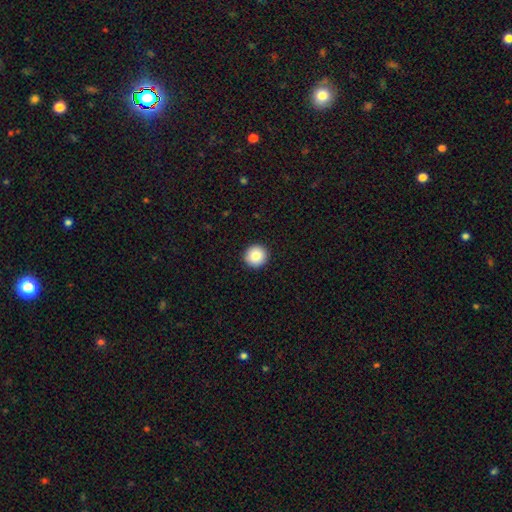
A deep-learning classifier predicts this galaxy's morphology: Smooth or featured? Predicted: smooth (p=0.85). How rounded? Predicted: round (p=0.96). Merging? Predicted: none (p=0.93).